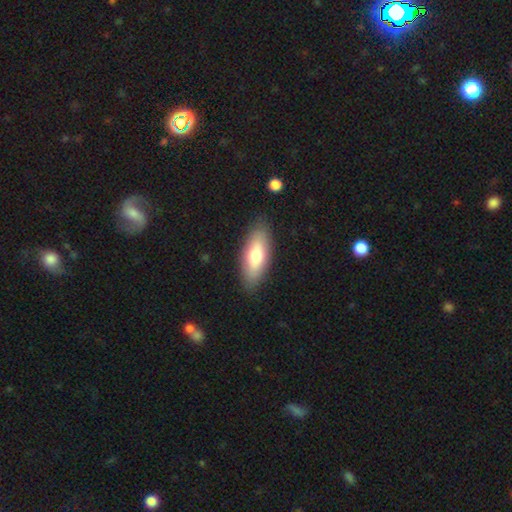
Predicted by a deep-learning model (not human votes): A smooth galaxy with no disk features (70%) that is in between round and cigar-shaped (76%). Merging: none (86%).